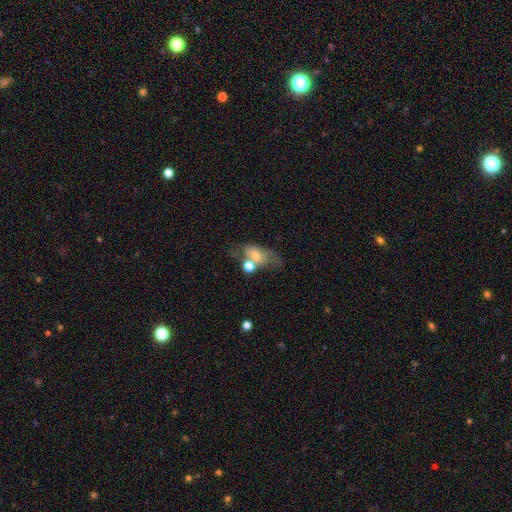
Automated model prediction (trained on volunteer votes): This is possibly a smooth galaxy (46%). Merging: marginally none (38%).